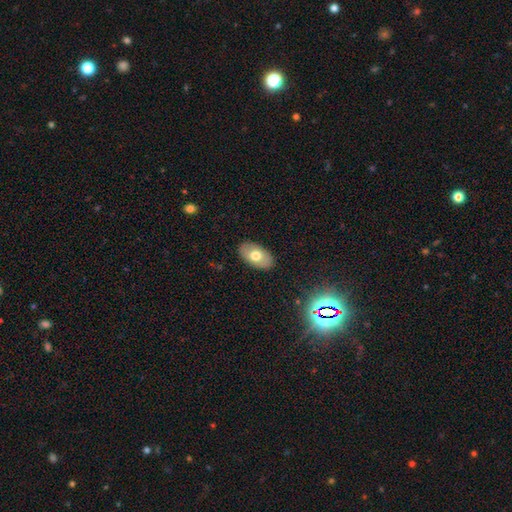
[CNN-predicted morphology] Smooth or featured? smooth (66%)
How rounded? in between (93%)
Merging? none (87%)